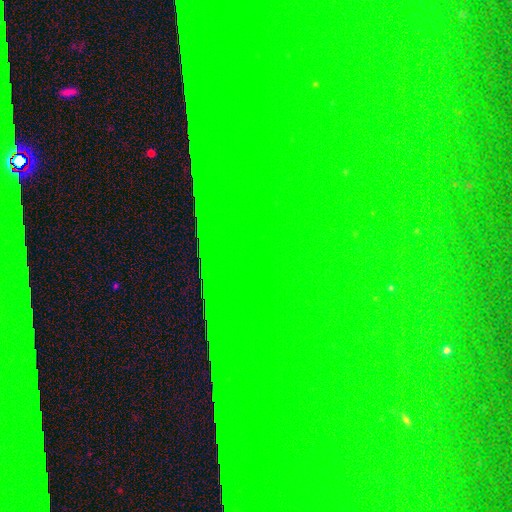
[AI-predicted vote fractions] smooth-or-featured: star or artifact: 85% | featured or disk: 8% | smooth: 7%